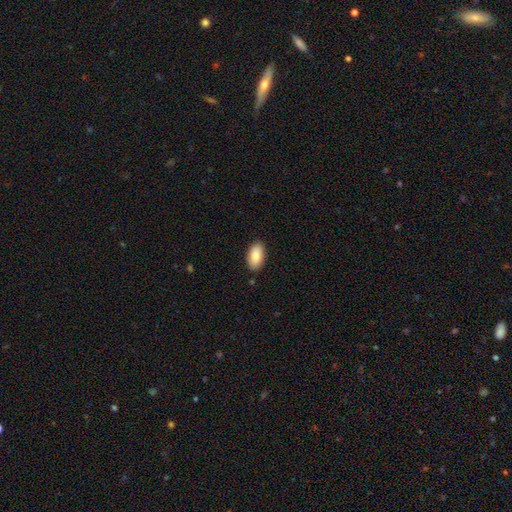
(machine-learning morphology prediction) Q: Smooth or featured?
A: smooth (87%); runner-up: featured or disk (7%)
Q: How rounded?
A: in between (94%); runner-up: round (3%)
Q: Merging?
A: none (87%); runner-up: minor disturbance (10%)